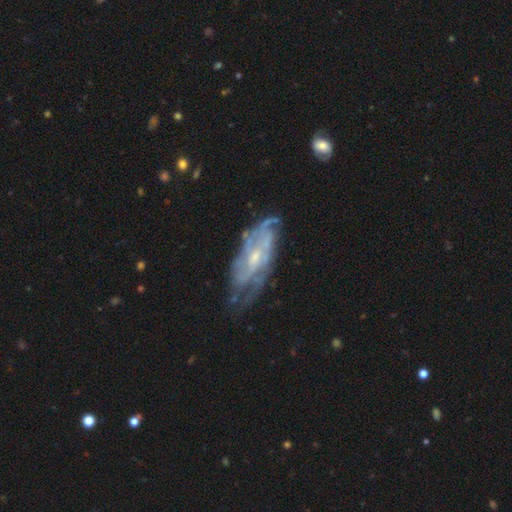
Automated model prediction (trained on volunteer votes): smooth_or_featured: featured or disk (p=0.81) [alt: smooth p=0.12]
disk_edge_on: no (p=0.90) [alt: yes p=0.10]
bar: no (p=0.51) [alt: weak p=0.40]
has_spiral_arms: yes (p=0.86) [alt: no p=0.14]
spiral_winding: tight (p=0.51) [alt: medium p=0.36]
spiral_arm_count: can't tell (p=0.52) [alt: 2 p=0.20]
bulge_size: small (p=0.57) [alt: moderate p=0.36]
merging: none (p=0.60) [alt: minor disturbance p=0.25]